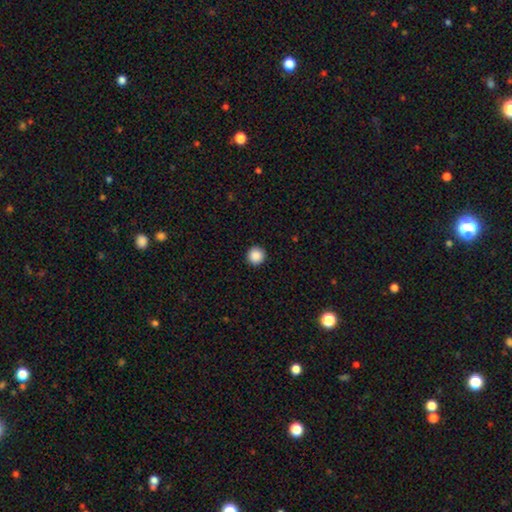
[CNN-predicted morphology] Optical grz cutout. It shows a smooth galaxy with no disk features (89%) that is round (96%). Merging: none (93%).